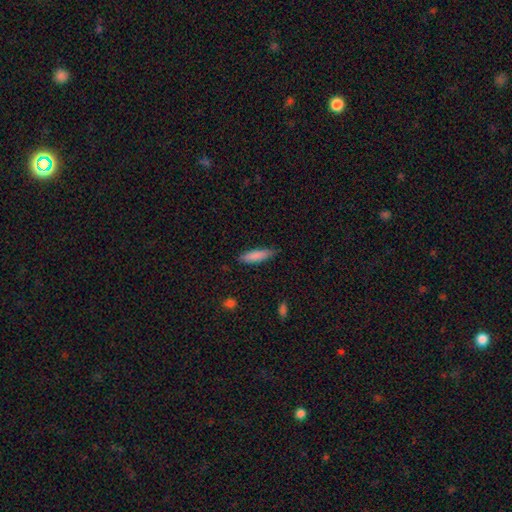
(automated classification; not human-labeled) Smooth or featured?
  - smooth: 84% *
  - featured or disk: 10%
  - star or artifact: 6%
How rounded?
  - cigar-shaped: 68% *
  - in between: 31%
  - round: 1%
Merging?
  - none: 80% *
  - minor disturbance: 16%
  - major disturbance: 3%
  - merger: 1%